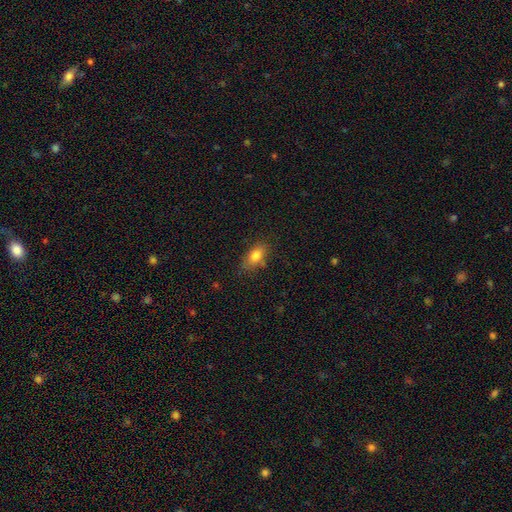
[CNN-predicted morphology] Overall: smooth (80%). How rounded: in between (84%). Merging: none (74%).